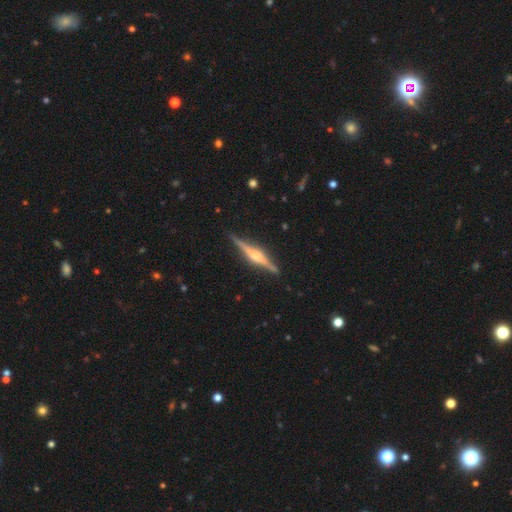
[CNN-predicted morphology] This is clearly a featured or disk galaxy (81%). It is clearly viewed edge-on (98%). Edge-on bulge: likely rounded (78%). Merging: clearly none (90%).